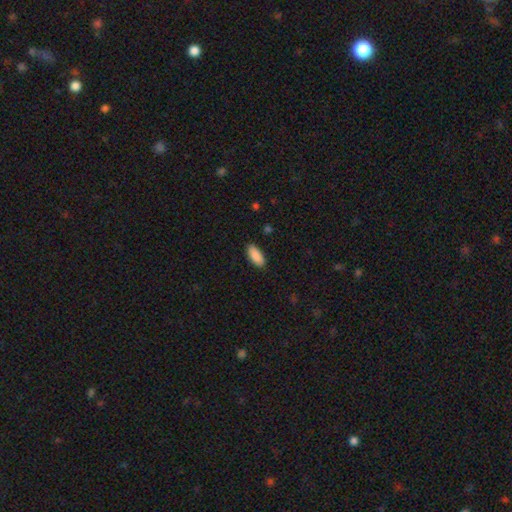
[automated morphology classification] Q: Smooth or featured?
A: smooth (90%); runner-up: star or artifact (6%)
Q: How rounded?
A: in between (88%); runner-up: cigar-shaped (11%)
Q: Merging?
A: none (88%); runner-up: minor disturbance (9%)